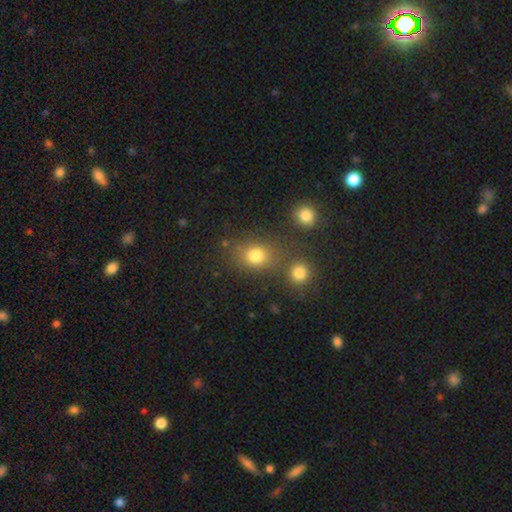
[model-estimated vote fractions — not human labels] smooth-or-featured: smooth: 78% | star or artifact: 15% | featured or disk: 8%
  how-rounded: round: 60% | in between: 38% | cigar-shaped: 1%
  merging: none: 66% | merger: 17% | minor disturbance: 11% | major disturbance: 5%